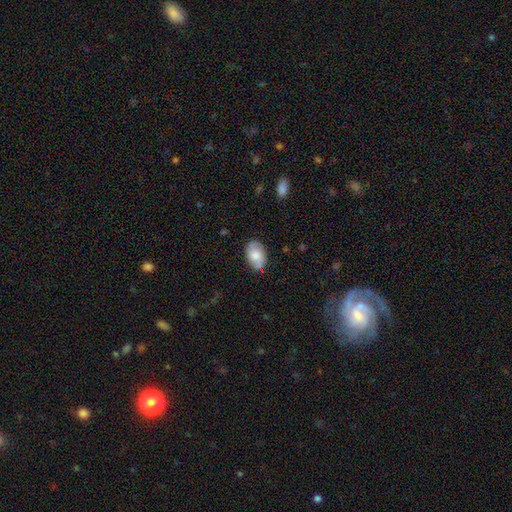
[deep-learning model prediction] Q: Smooth or featured?
A: smooth (76%); runner-up: featured or disk (17%)
Q: How rounded?
A: in between (88%); runner-up: round (11%)
Q: Merging?
A: none (78%); runner-up: minor disturbance (17%)